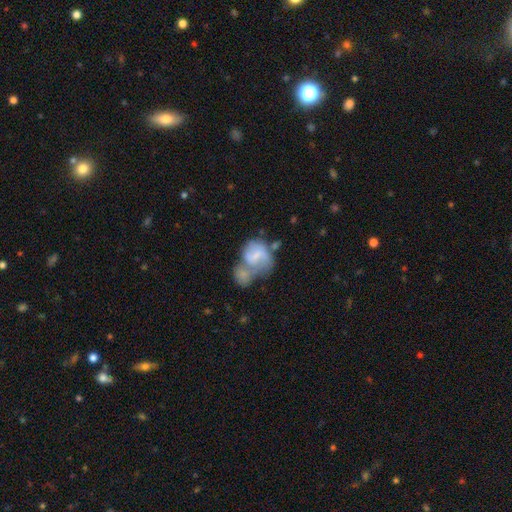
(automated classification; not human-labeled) Morphology: type=featured or disk (48%); merging=merger (63%).